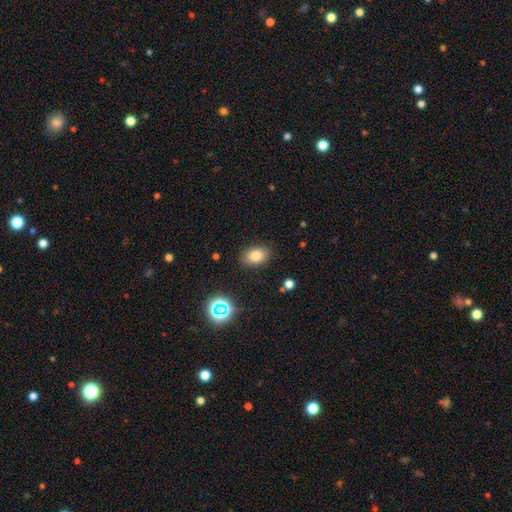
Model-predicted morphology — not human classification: A smooth galaxy with no disk features (79%) that is in between round and cigar-shaped (82%).

Vote fractions:
- Smooth or featured? smooth: 79% / star or artifact: 12% / featured or disk: 9%
- How rounded? in between: 82% / round: 17% / cigar-shaped: 1%
- Merging? none: 86% / minor disturbance: 10% / major disturbance: 3% / merger: 1%